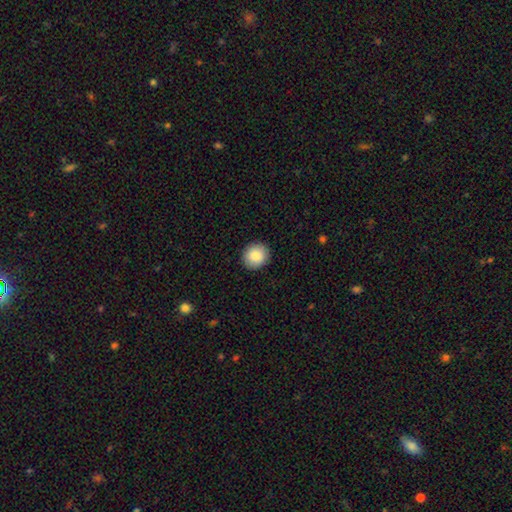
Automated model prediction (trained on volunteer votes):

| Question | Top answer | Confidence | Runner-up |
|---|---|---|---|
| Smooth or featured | smooth | 87% | star or artifact (8%) |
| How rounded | round | 86% | in between (13%) |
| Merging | none | 91% | minor disturbance (6%) |